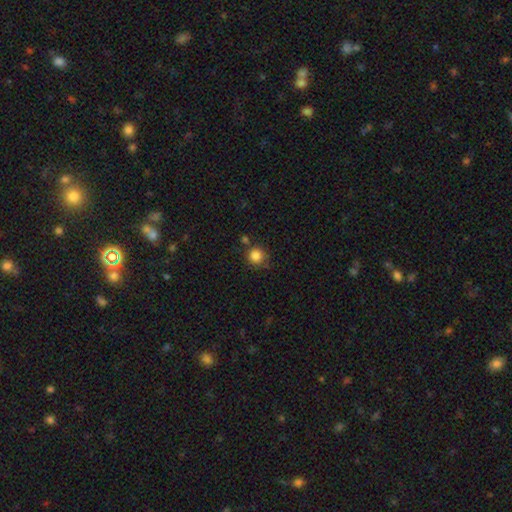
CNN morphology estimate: A smooth galaxy with no disk features (85%) that is round (92%).

Vote fractions:
- Smooth or featured? smooth: 85% / star or artifact: 11% / featured or disk: 5%
- How rounded? round: 92% / in between: 7% / cigar-shaped: 1%
- Merging? none: 72% / minor disturbance: 15% / merger: 9% / major disturbance: 4%